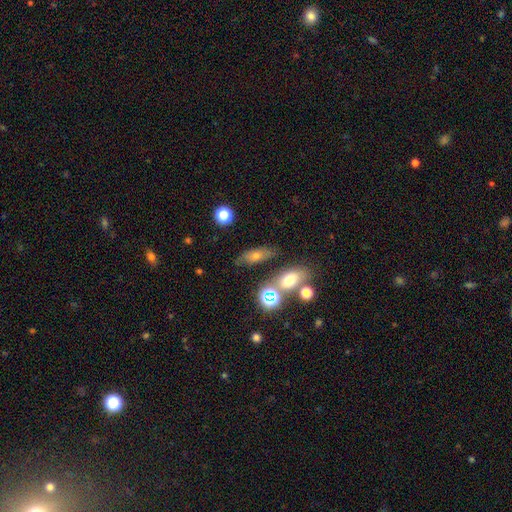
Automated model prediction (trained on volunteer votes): smooth_or_featured: smooth (p=0.59) [alt: featured or disk p=0.23]
how_rounded: in between (p=0.63) [alt: cigar-shaped p=0.25]
merging: none (p=0.68) [alt: minor disturbance p=0.16]